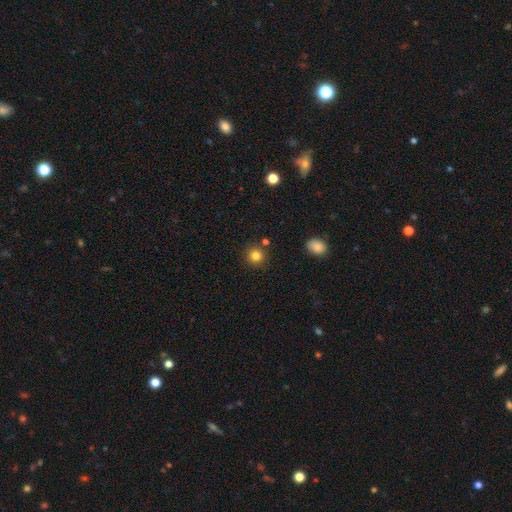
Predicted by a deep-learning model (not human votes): smooth 83%, star or artifact 12%, featured or disk 5%. Down the decision tree: how rounded — round (93%); merging — none (86%).